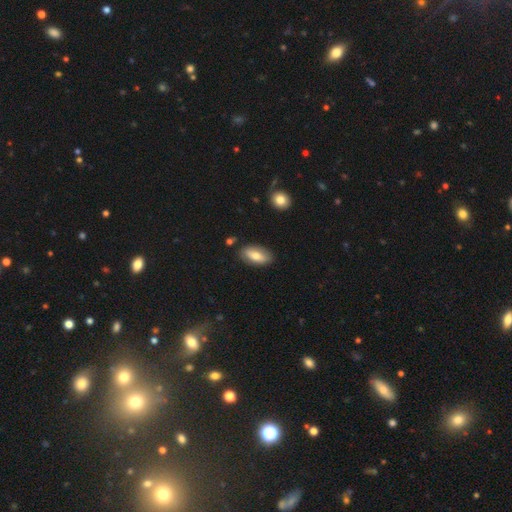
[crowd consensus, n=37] Smooth or featured?
  - smooth: 68% *
  - featured or disk: 27%
  - star or artifact: 5%
How rounded?
  - in between: 88% *
  - cigar-shaped: 8%
  - round: 4%
Merging?
  - none: 80% *
  - minor disturbance: 11%
  - merger: 6%
  - major disturbance: 3%